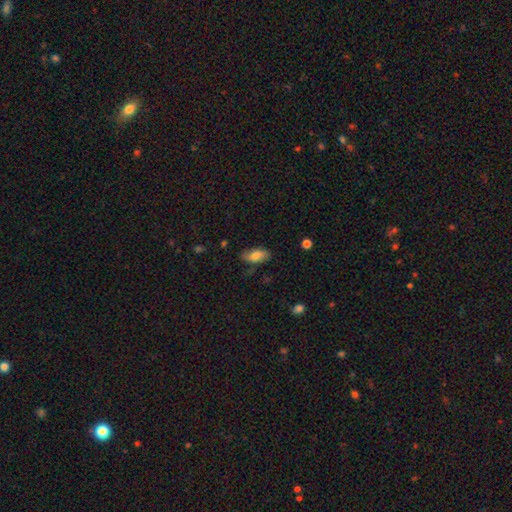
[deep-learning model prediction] Overall: smooth (70%). How rounded: in between (89%). Merging: none (75%).